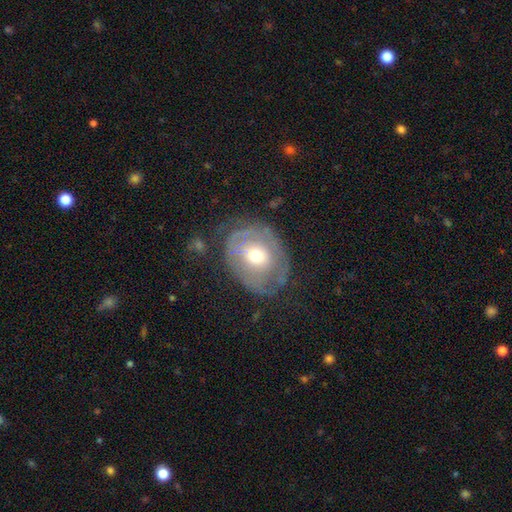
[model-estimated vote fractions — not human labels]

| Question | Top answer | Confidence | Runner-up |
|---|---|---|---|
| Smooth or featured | featured or disk | 56% | smooth (36%) |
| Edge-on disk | no | 94% | yes (6%) |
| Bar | no | 75% | weak (19%) |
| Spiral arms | yes | 52% | no (48%) |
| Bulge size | moderate | 64% | small (25%) |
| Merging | none | 54% | minor disturbance (26%) |